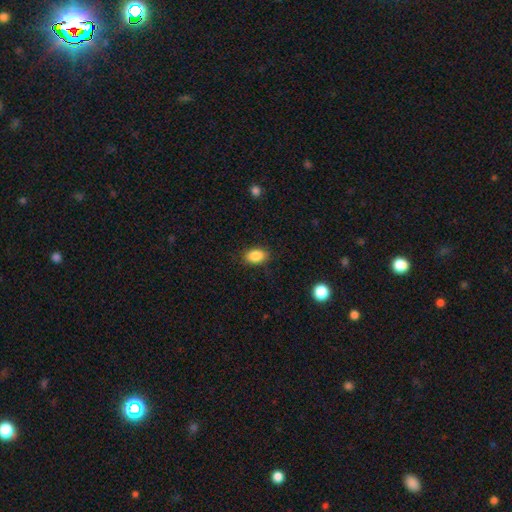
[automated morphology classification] The model was most divided on "how rounded": in between: 85%, round: 13%, cigar-shaped: 1%. More confident: smooth or featured — smooth (86%); merging — none (86%).